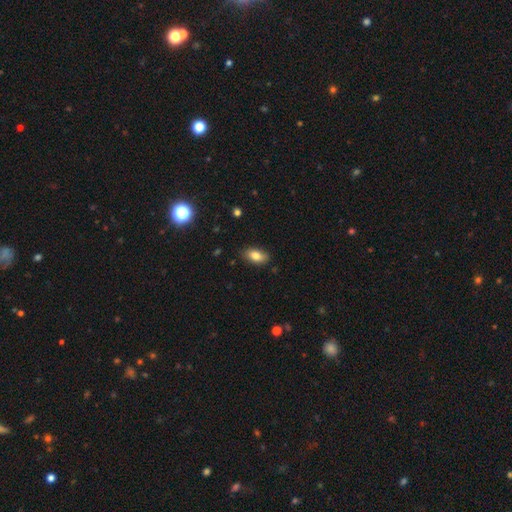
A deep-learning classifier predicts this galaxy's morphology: smooth_or_featured: smooth (p=0.82) [alt: featured or disk p=0.10]
how_rounded: in between (p=0.90) [alt: cigar-shaped p=0.05]
merging: none (p=0.85) [alt: minor disturbance p=0.12]